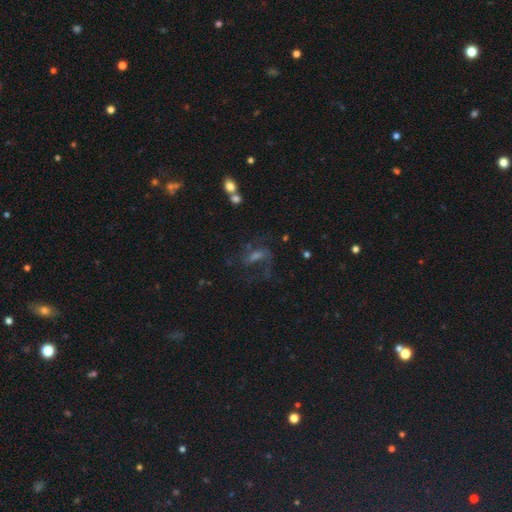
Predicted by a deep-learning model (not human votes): Smooth or featured: featured or disk — 64% (star or artifact — 21%)
Edge-on disk: no — 94% (yes — 6%)
Bar: weak — 47% (no — 28%)
Spiral arms: yes — 87% (no — 13%)
Spiral winding: loose — 45% (medium — 43%)
Spiral arm count: 2 — 68% (can't tell — 12%)
Bulge size: small — 37% (moderate — 35%)
Merging: none — 56% (major disturbance — 25%)